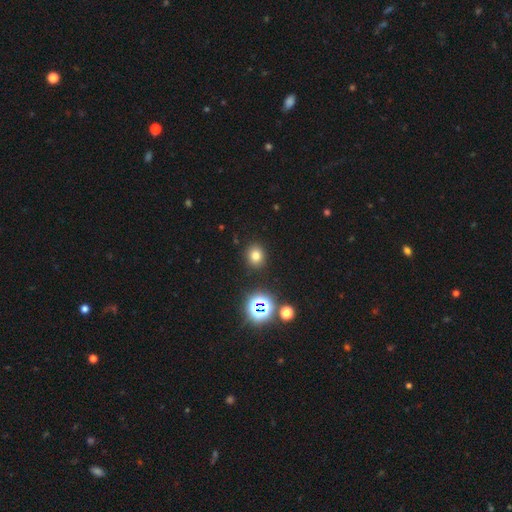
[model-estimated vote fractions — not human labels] The model was most divided on "how rounded": round: 76%, in between: 23%, cigar-shaped: 1%. More confident: merging — none (89%); smooth or featured — smooth (74%).